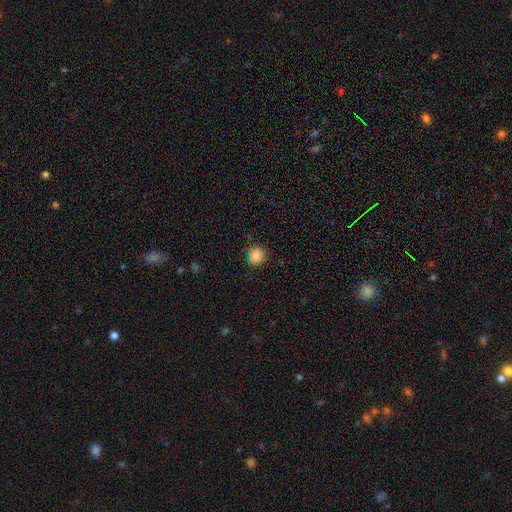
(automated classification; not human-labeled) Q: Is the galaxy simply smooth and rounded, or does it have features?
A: smooth — 87%.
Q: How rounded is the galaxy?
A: round — 83%.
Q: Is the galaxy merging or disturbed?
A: none — 82%.